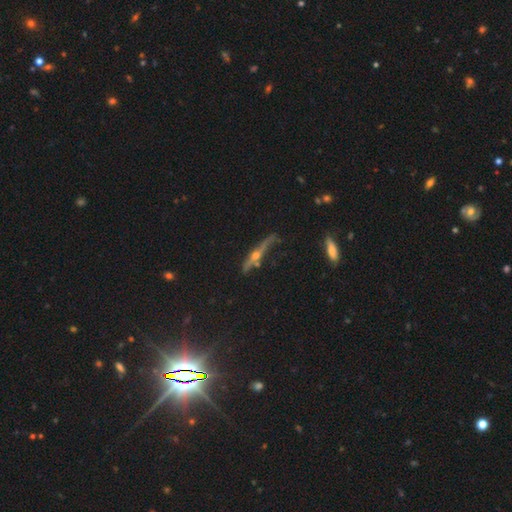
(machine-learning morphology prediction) featured or disk 73%, smooth 18%, star or artifact 10%. Down the decision tree: edge-on disk — yes (93%); edge-on bulge — rounded (92%); merging — none (70%).